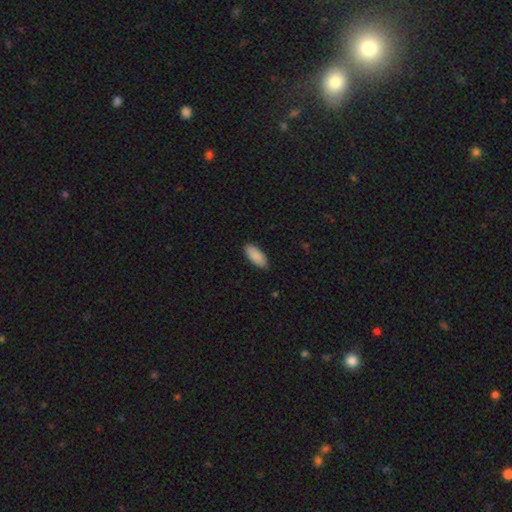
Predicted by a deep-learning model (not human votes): smooth 91%, star or artifact 6%, featured or disk 4%. Down the decision tree: how rounded — in between (84%); merging — none (89%).